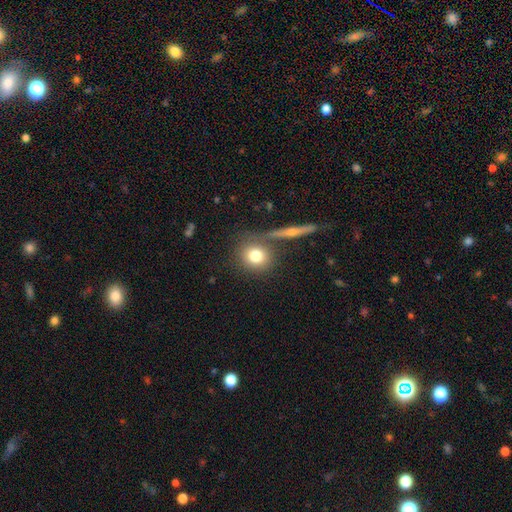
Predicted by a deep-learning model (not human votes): Smooth or featured?
  - smooth: 76% *
  - featured or disk: 14%
  - star or artifact: 10%
How rounded?
  - round: 85% *
  - in between: 13%
  - cigar-shaped: 2%
Merging?
  - none: 71% *
  - merger: 14%
  - minor disturbance: 11%
  - major disturbance: 4%